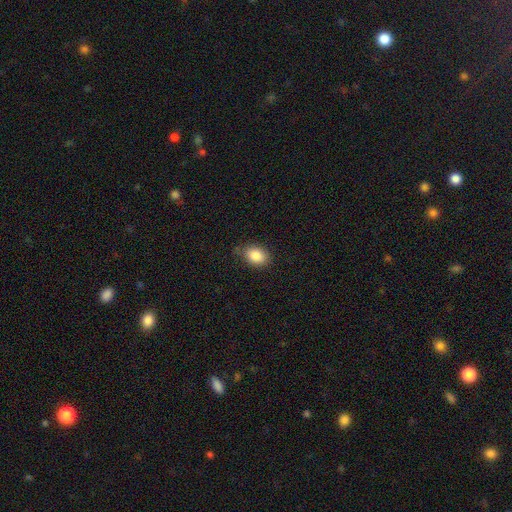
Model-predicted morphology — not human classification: Q: Smooth or featured?
A: smooth (86%); runner-up: star or artifact (8%)
Q: How rounded?
A: in between (78%); runner-up: round (21%)
Q: Merging?
A: none (74%); runner-up: minor disturbance (21%)